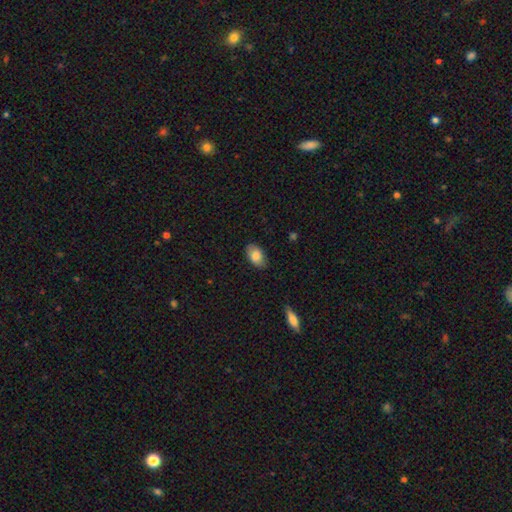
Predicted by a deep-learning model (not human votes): This appears to be a smooth galaxy with no disk features (83%) that is in between round and cigar-shaped (91%). Merging: none (84%).